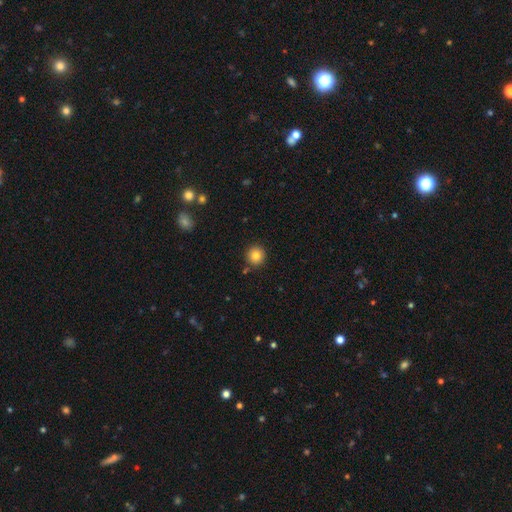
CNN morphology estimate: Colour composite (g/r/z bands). It shows a smooth galaxy with no disk features (83%) that is round (95%). Merging: none (87%).